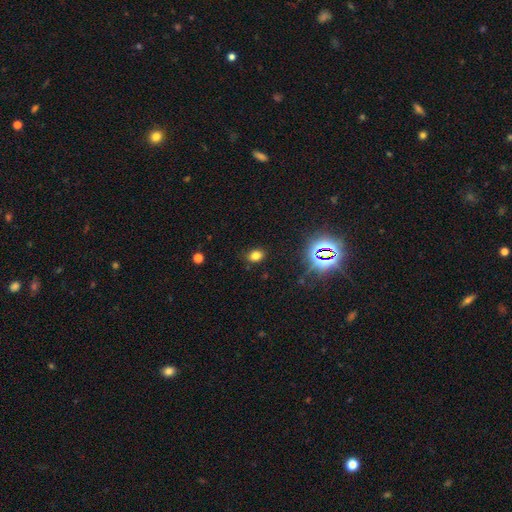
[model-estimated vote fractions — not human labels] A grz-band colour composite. It shows a smooth galaxy with no disk features (73%) that is in between round and cigar-shaped (64%). Merging: none (84%).